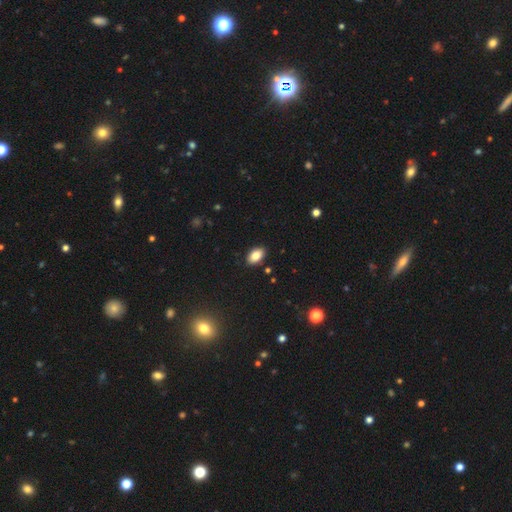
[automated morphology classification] Smooth or featured?
  - smooth: 83% *
  - star or artifact: 9%
  - featured or disk: 8%
How rounded?
  - in between: 91% *
  - round: 8%
  - cigar-shaped: 2%
Merging?
  - none: 88% *
  - minor disturbance: 9%
  - major disturbance: 2%
  - merger: 1%